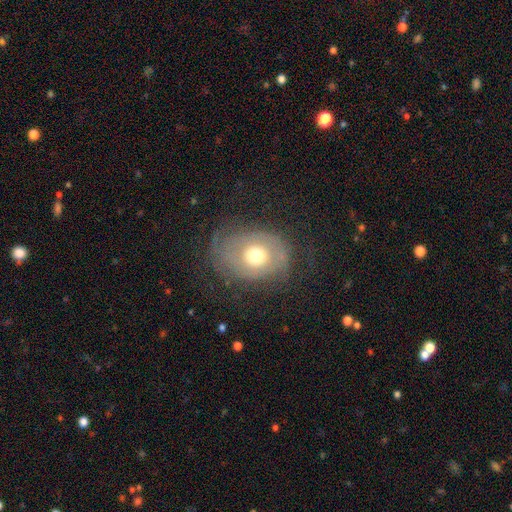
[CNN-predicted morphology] smooth-or-featured: featured or disk: 52% | smooth: 39% | star or artifact: 9%
  disk-edge-on: no: 94% | yes: 6%
  merging: none: 56% | minor disturbance: 24% | major disturbance: 18% | merger: 2%